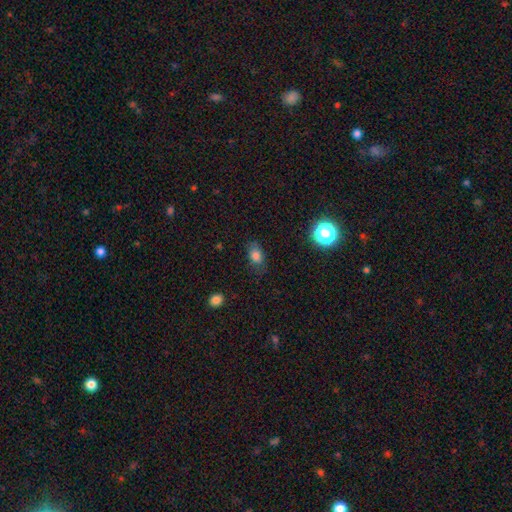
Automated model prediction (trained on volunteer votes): Q: Smooth or featured?
A: smooth (78%); runner-up: star or artifact (13%)
Q: How rounded?
A: in between (77%); runner-up: round (20%)
Q: Merging?
A: none (71%); runner-up: minor disturbance (21%)